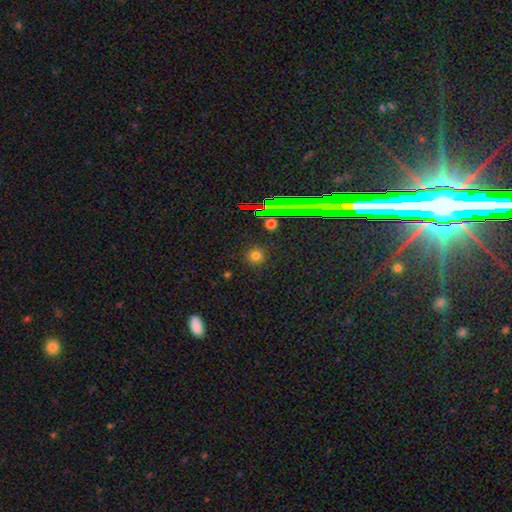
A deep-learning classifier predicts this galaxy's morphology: Smooth or featured: smooth — 71% (star or artifact — 23%)
How rounded: round — 93% (in between — 5%)
Merging: none — 90% (minor disturbance — 6%)